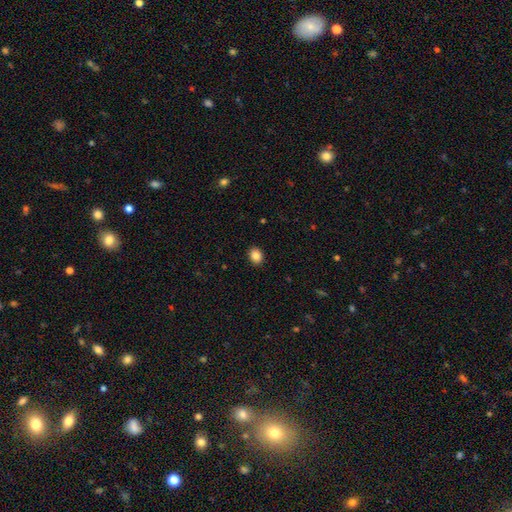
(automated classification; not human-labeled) Smooth or featured? Predicted: smooth (p=0.87). How rounded? Predicted: in between (p=0.51). Merging? Predicted: none (p=0.91).